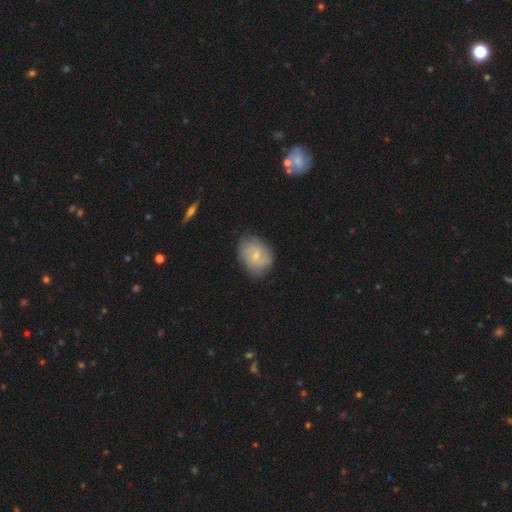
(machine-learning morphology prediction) smooth 49%, featured or disk 44%, star or artifact 7%. Down the decision tree: merging — none (75%).